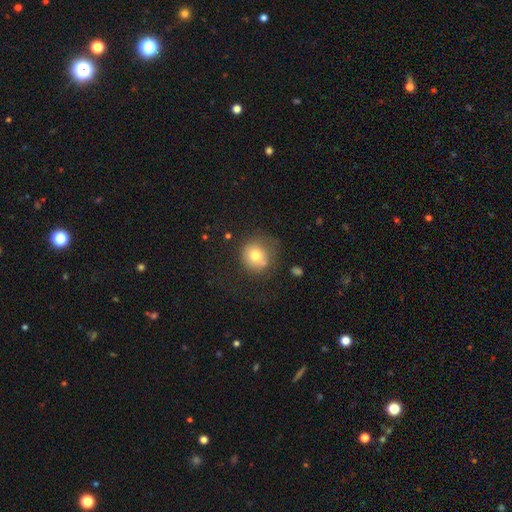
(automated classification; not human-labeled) This is likely a smooth galaxy (74%). How rounded: clearly round (87%). Merging: possibly none (59%).